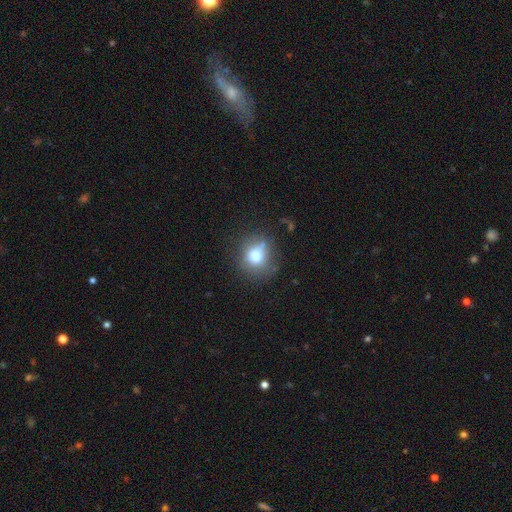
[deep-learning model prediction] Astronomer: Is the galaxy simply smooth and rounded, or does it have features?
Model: smooth — 71%.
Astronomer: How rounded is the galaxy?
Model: round — 77%.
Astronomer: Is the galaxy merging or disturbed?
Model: none — 63%.